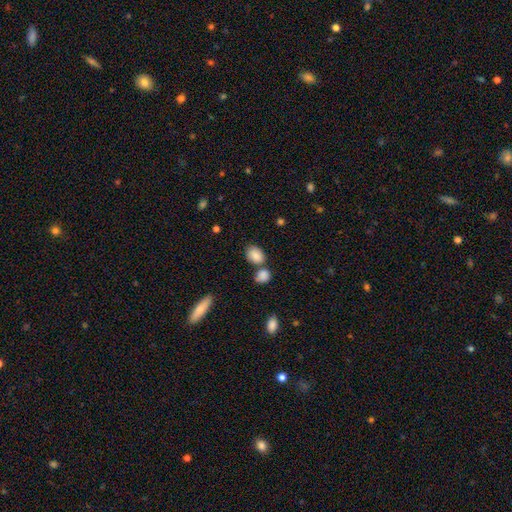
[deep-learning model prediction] Morphology: type=smooth (85%); roundness=in between (72%); merging=none (56%).